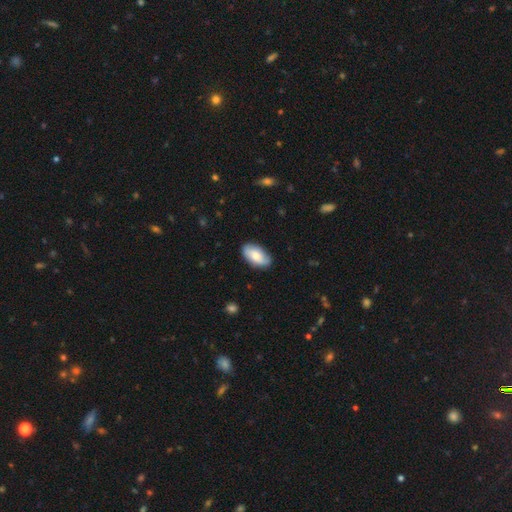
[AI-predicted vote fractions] A smooth galaxy with no disk features (74%) that is in between round and cigar-shaped (94%). Merging: none (83%).